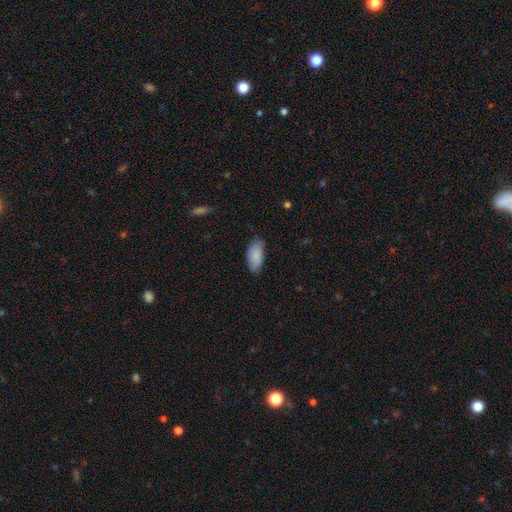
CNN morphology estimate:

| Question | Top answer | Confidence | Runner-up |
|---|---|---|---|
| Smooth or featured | smooth | 87% | featured or disk (7%) |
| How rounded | in between | 90% | cigar-shaped (8%) |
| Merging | none | 75% | minor disturbance (20%) |